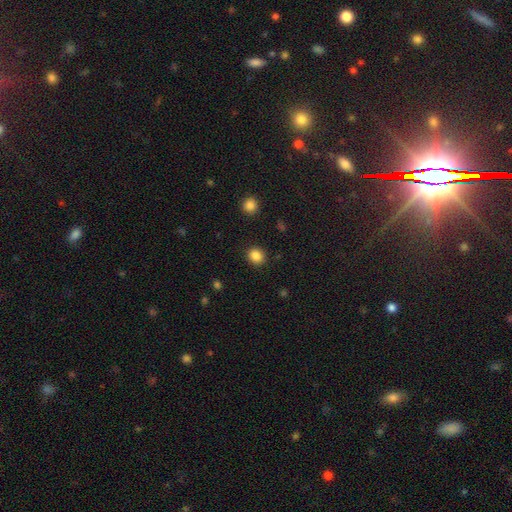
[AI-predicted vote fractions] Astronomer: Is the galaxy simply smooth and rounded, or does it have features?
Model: smooth — 86%.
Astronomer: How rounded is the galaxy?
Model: round — 81%.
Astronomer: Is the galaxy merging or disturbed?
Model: none — 91%.